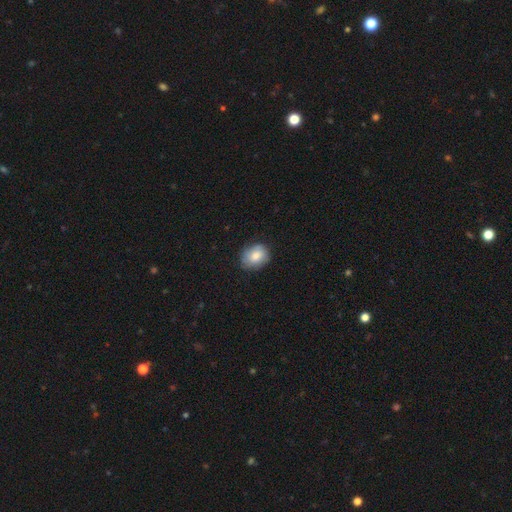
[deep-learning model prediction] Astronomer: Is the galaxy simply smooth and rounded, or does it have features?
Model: smooth — 77%.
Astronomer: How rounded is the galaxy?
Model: round — 53% (runner-up: in between, 46%).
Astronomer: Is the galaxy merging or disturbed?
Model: none — 76%.